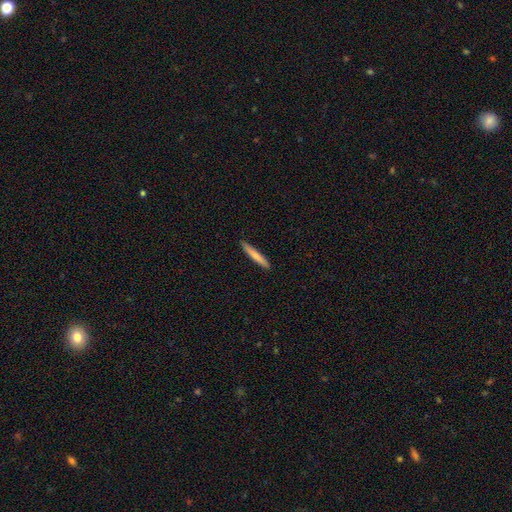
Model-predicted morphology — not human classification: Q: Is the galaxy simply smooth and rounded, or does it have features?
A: smooth — 77%.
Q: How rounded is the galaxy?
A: cigar-shaped — 95%.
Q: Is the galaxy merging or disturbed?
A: none — 90%.